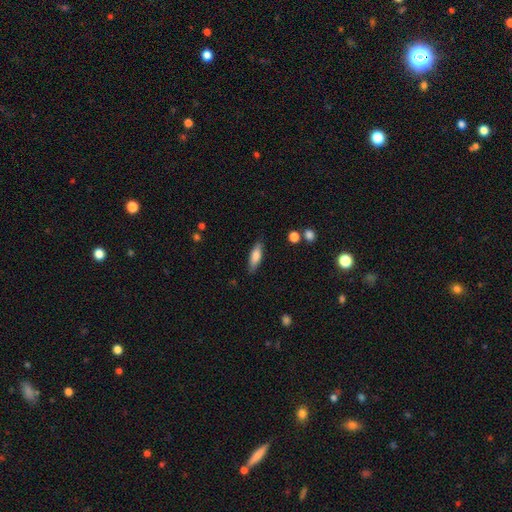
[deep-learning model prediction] A smooth galaxy with no disk features (74%) that is in between round and cigar-shaped (49%, tied with cigar-shaped).

Vote fractions:
- Smooth or featured? smooth: 74% / featured or disk: 19% / star or artifact: 7%
- How rounded? in between: 49% (tied) / cigar-shaped: 49% (tied) / round: 2%
- Merging? none: 83% / minor disturbance: 12% / major disturbance: 3% / merger: 2%